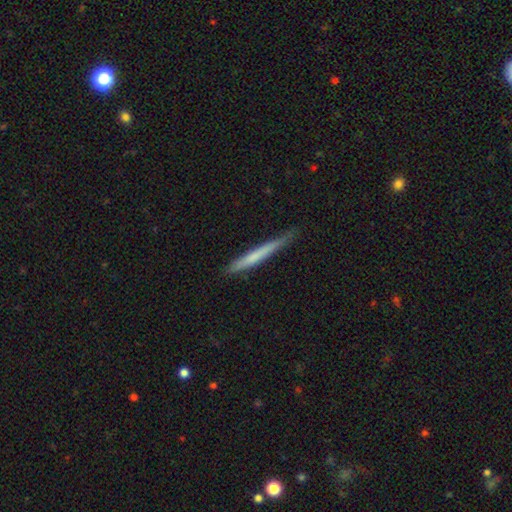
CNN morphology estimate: Smooth or featured: smooth — 58% (featured or disk — 36%)
How rounded: cigar-shaped — 97% (in between — 2%)
Merging: none — 78% (minor disturbance — 18%)